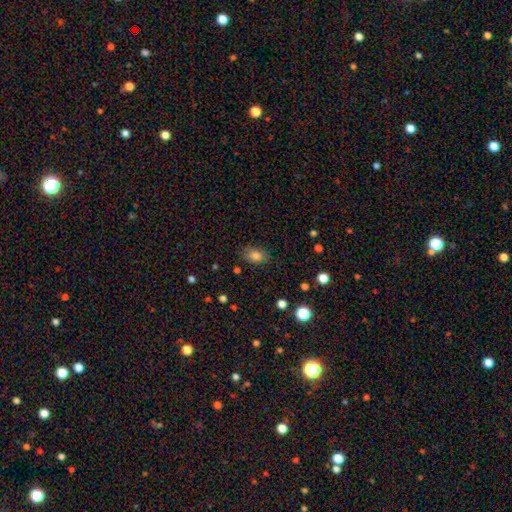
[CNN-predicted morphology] A smooth galaxy with no disk features (81%) that is in between round and cigar-shaped (85%).

Vote fractions:
- Smooth or featured? smooth: 81% / star or artifact: 11% / featured or disk: 9%
- How rounded? in between: 85% / round: 13% / cigar-shaped: 2%
- Merging? none: 83% / minor disturbance: 13% / major disturbance: 3% / merger: 1%